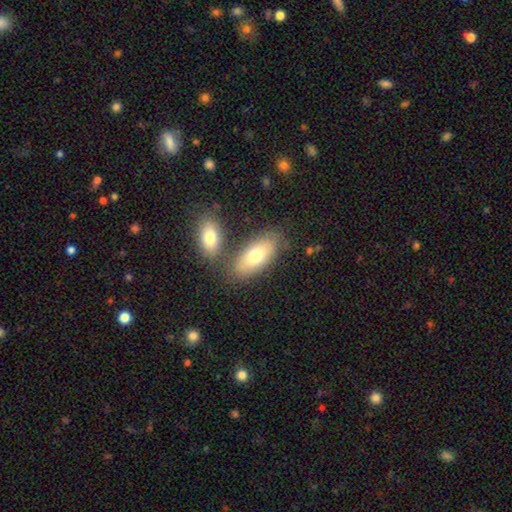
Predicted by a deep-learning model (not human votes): Q: Smooth or featured?
A: smooth (72%); runner-up: featured or disk (21%)
Q: How rounded?
A: in between (90%); runner-up: cigar-shaped (6%)
Q: Merging?
A: none (64%); runner-up: merger (19%)